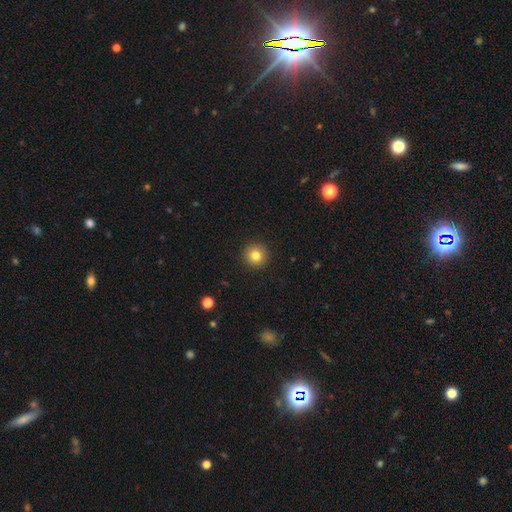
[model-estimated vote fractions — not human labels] A smooth galaxy with no disk features (81%) that is round (96%). Merging: none (93%).